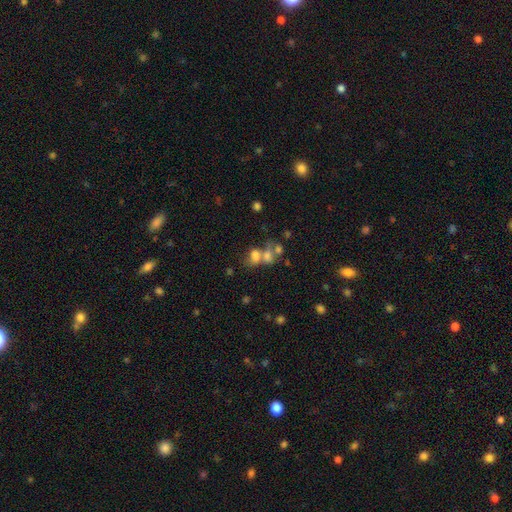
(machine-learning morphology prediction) Q: Smooth or featured?
A: smooth (66%); runner-up: featured or disk (20%)
Q: How rounded?
A: in between (70%); runner-up: round (28%)
Q: Merging?
A: merger (58%); runner-up: none (23%)